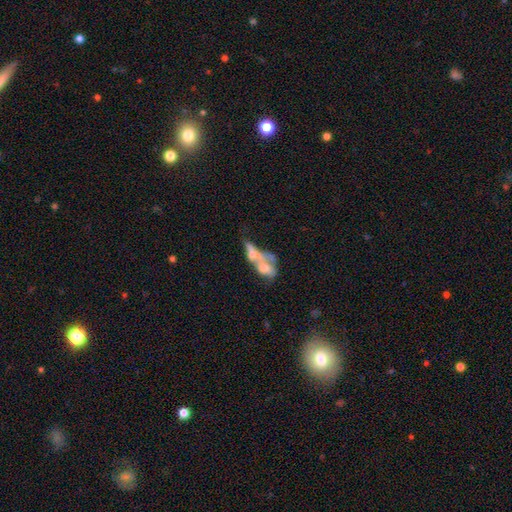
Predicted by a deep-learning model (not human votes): Smooth or featured? Predicted: featured or disk (p=0.47). Merging? Predicted: merger (p=0.65).